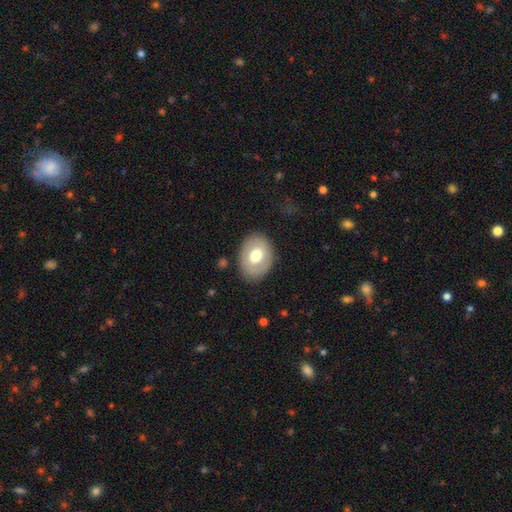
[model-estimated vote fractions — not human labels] Q: Smooth or featured?
A: smooth (61%); runner-up: featured or disk (33%)
Q: How rounded?
A: in between (68%); runner-up: round (32%)
Q: Merging?
A: none (83%); runner-up: minor disturbance (12%)